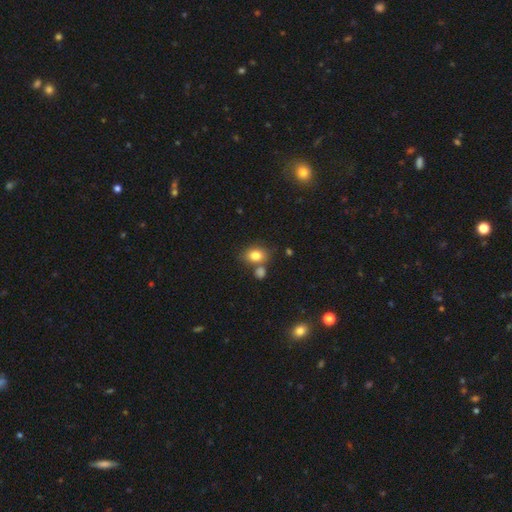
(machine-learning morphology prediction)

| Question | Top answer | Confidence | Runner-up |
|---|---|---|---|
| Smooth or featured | smooth | 81% | star or artifact (10%) |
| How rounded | in between | 65% | round (33%) |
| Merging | none | 62% | merger (21%) |